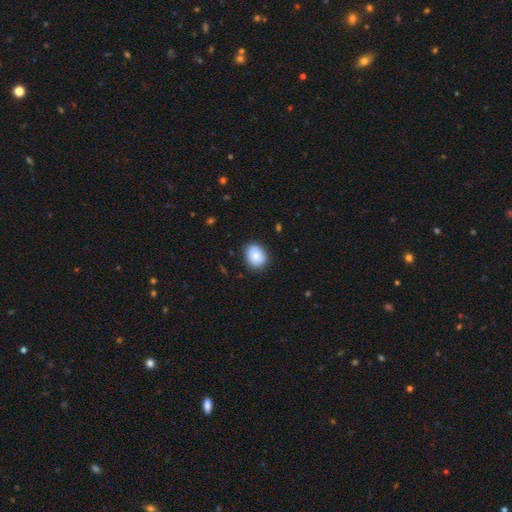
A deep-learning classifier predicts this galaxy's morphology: smooth_or_featured: smooth (p=0.83) [alt: featured or disk p=0.10]
how_rounded: in between (p=0.54) [alt: round p=0.45]
merging: none (p=0.85) [alt: minor disturbance p=0.12]